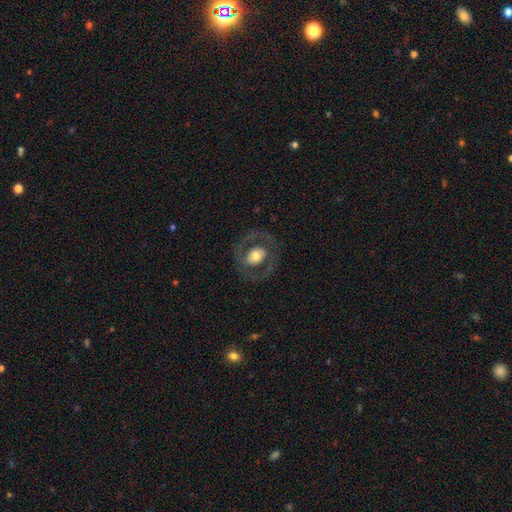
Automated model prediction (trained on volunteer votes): This appears to be a featured or disk galaxy (59%) with no bar (68%), no spiral arms (62%) and a moderate central bulge (58%). Merging: none (78%).